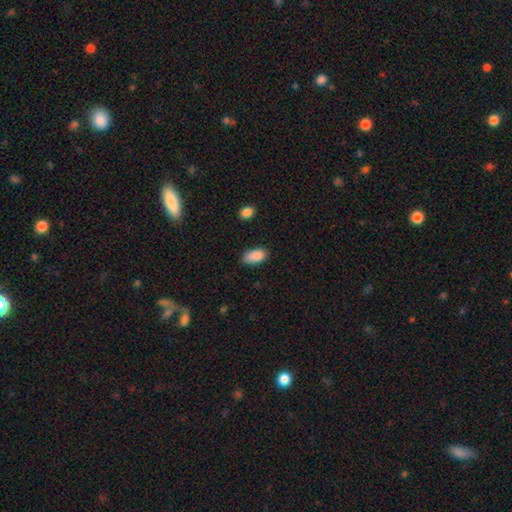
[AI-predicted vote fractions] Morphology: type=smooth (89%); roundness=in between (93%); merging=none (78%).